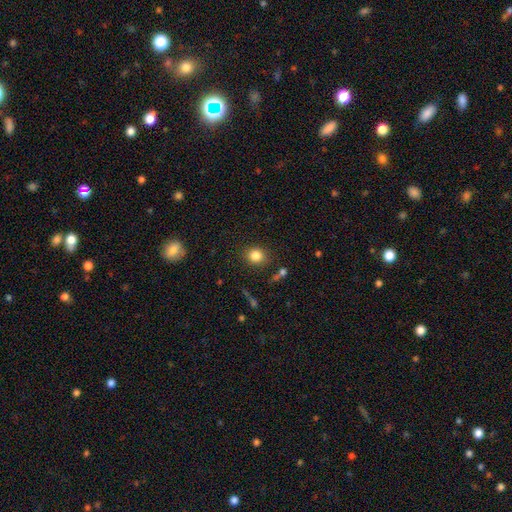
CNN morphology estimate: Q: Smooth or featured?
A: smooth (83%); runner-up: star or artifact (11%)
Q: How rounded?
A: round (80%); runner-up: in between (19%)
Q: Merging?
A: none (85%); runner-up: minor disturbance (9%)